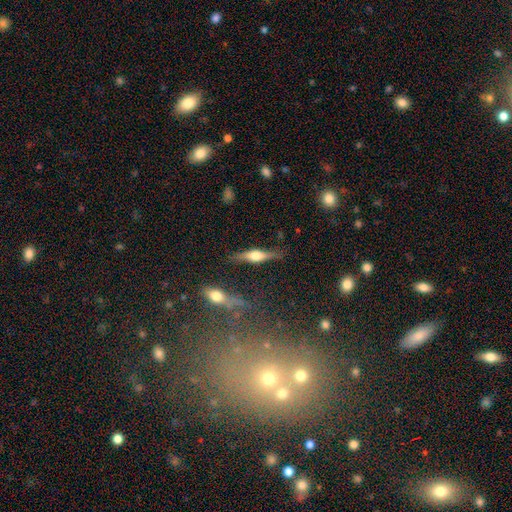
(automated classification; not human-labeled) Overall: featured or disk (63%; smooth 31%). Edge-on disk: yes (94%). Edge-on bulge: rounded (89%). Merging: none (81%).